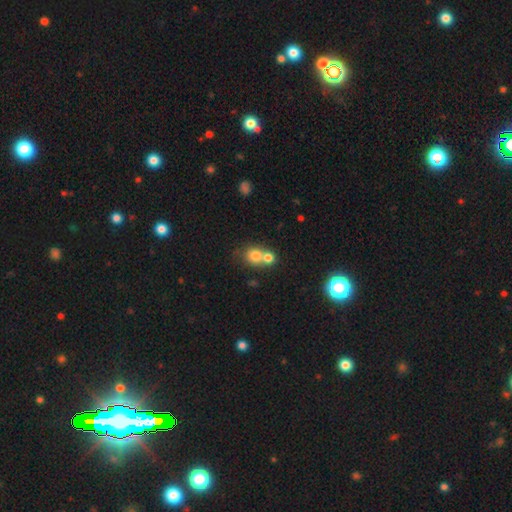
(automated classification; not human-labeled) Overall: smooth (76%). How rounded: round (76%). Merging: merger (55%; none 35%).